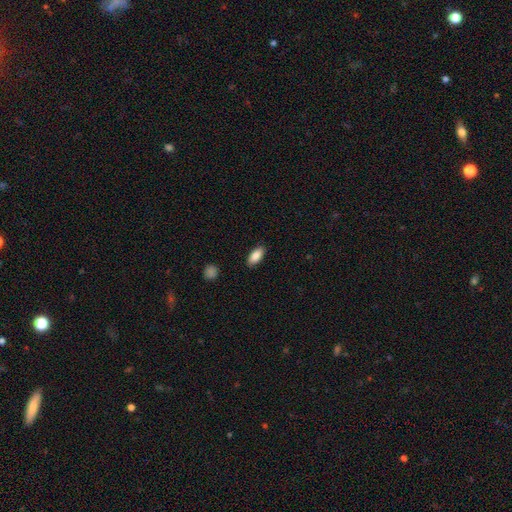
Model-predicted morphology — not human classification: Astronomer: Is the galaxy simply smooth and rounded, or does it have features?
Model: smooth — 87%.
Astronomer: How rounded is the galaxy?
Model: in between — 89%.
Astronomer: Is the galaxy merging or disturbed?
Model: none — 88%.